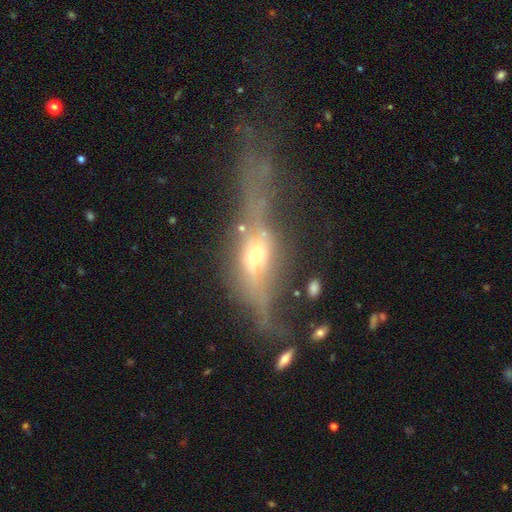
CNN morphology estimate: Smooth or featured: featured or disk — 71% (smooth — 19%)
Edge-on disk: yes — 72% (no — 28%)
Edge-on bulge: rounded — 86% (boxy — 9%)
Merging: none — 39% (major disturbance — 33%)